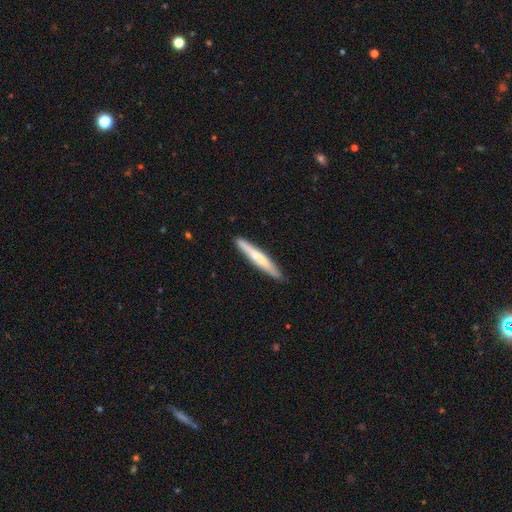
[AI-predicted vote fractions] Smooth or featured? smooth (56%)
How rounded? cigar-shaped (96%)
Merging? none (88%)